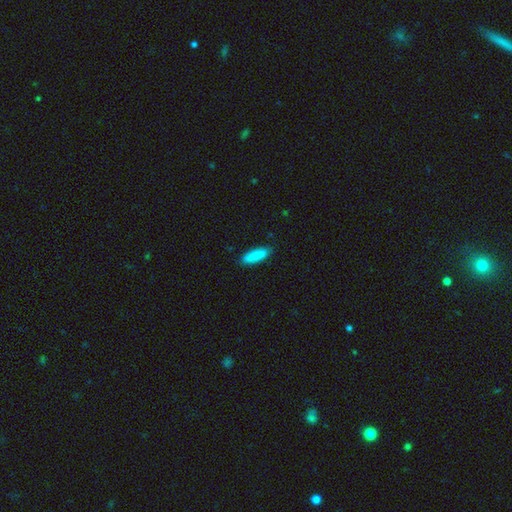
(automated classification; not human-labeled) smooth-or-featured: smooth: 87% | star or artifact: 6% | featured or disk: 6%
  how-rounded: in between: 49% (tied) | cigar-shaped: 49% (tied) | round: 2%
  merging: none: 83% | minor disturbance: 13% | major disturbance: 2% | merger: 1%